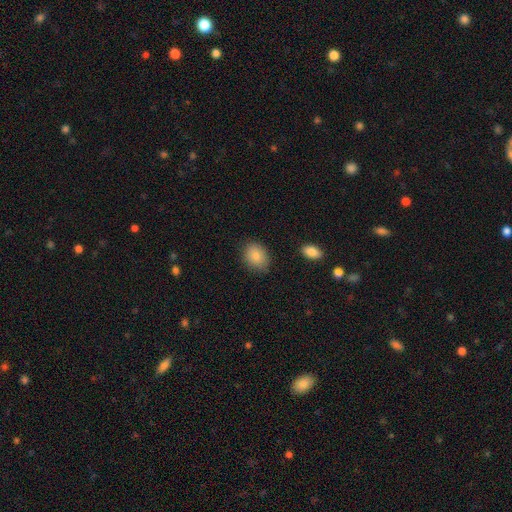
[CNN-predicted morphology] Smooth or featured? smooth (86%)
How rounded? in between (64%)
Merging? none (82%)